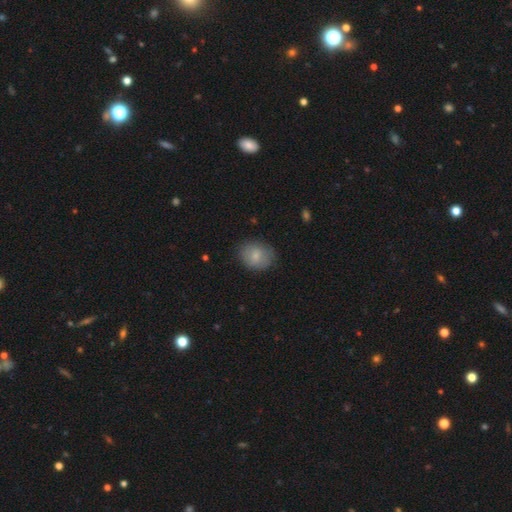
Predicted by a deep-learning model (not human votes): Overall: smooth (81%). How rounded: in between (52%; round 47%). Merging: none (79%).